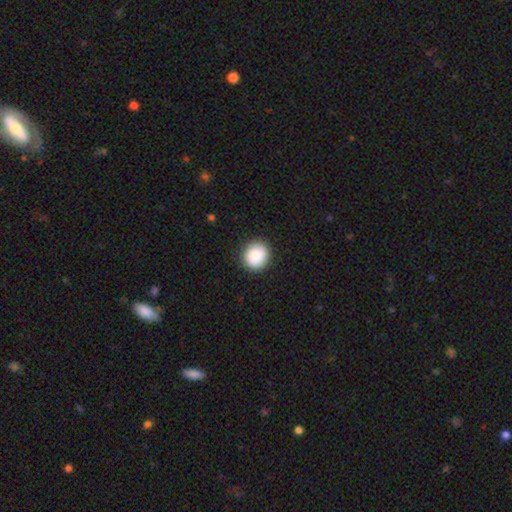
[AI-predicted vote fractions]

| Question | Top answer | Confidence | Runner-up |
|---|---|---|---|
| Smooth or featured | smooth | 88% | star or artifact (7%) |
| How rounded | round | 85% | in between (15%) |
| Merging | none | 89% | minor disturbance (7%) |